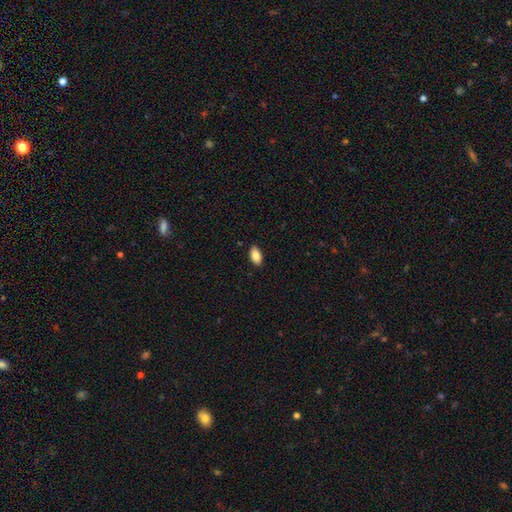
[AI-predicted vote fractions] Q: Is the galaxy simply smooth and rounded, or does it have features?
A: smooth — 88%.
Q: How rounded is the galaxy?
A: in between — 94%.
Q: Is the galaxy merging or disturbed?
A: none — 89%.